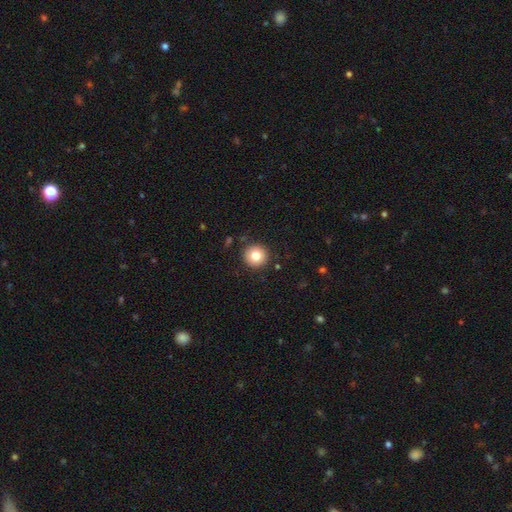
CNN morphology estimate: Smooth or featured?
  - smooth: 80% *
  - star or artifact: 10%
  - featured or disk: 10%
How rounded?
  - round: 95% *
  - in between: 4%
  - cigar-shaped: 1%
Merging?
  - none: 90% *
  - minor disturbance: 6%
  - major disturbance: 2%
  - merger: 2%